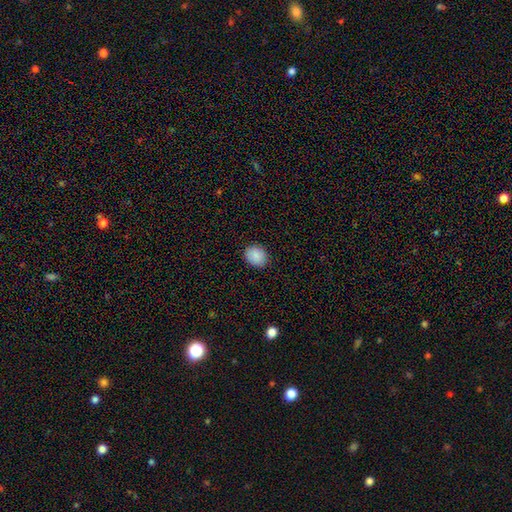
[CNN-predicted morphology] This appears to be a smooth galaxy with no disk features (89%) that is round (63%). Merging: none (90%).